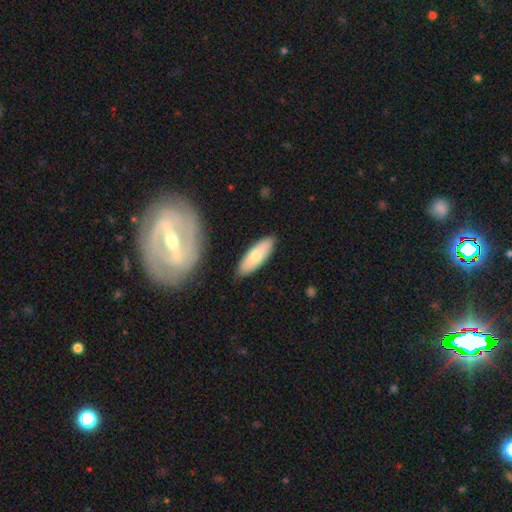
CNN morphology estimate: This appears to be a smooth galaxy with no disk features (72%) that is in between round and cigar-shaped (64%). Merging: none (85%).